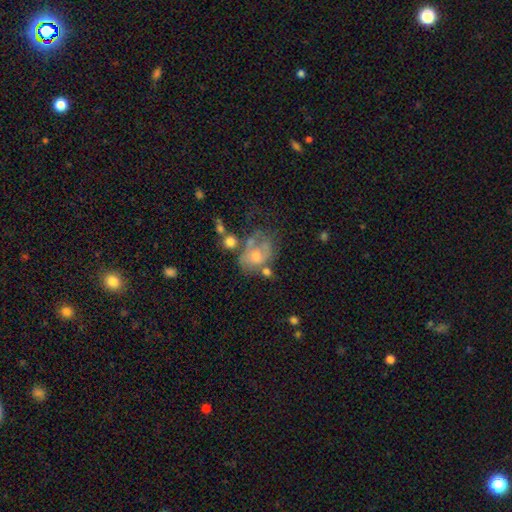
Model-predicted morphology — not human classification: Q: Smooth or featured?
A: featured or disk (50%); runner-up: smooth (38%)
Q: Edge-on disk?
A: no (96%); runner-up: yes (4%)
Q: Merging?
A: none (30%); runner-up: major disturbance (27%)